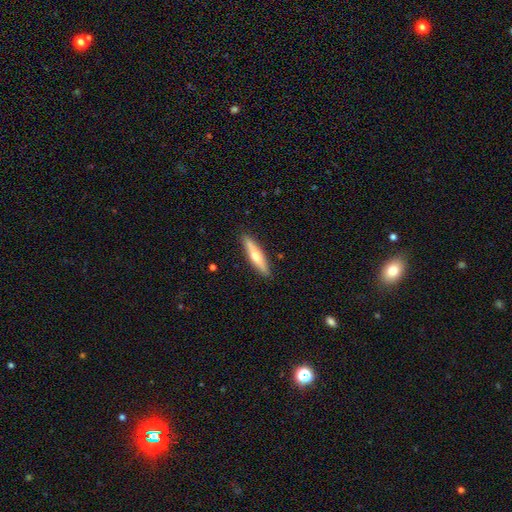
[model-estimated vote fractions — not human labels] Smooth or featured? Predicted: smooth (p=0.50). Merging? Predicted: none (p=0.89).